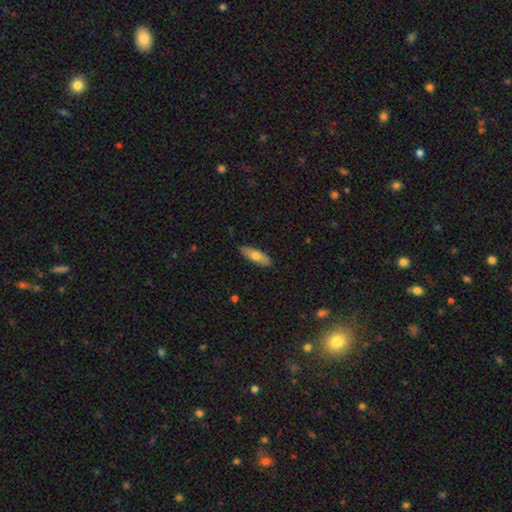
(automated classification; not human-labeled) smooth 66%, featured or disk 28%, star or artifact 6%. Down the decision tree: how rounded — in between (54%); merging — none (87%).